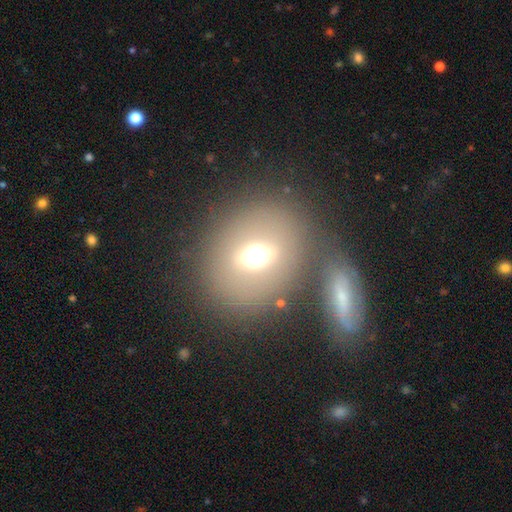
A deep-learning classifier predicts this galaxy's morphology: Smooth or featured?
  - smooth: 60% *
  - featured or disk: 20%
  - star or artifact: 20%
How rounded?
  - round: 68% *
  - in between: 31%
  - cigar-shaped: 2%
Merging?
  - none: 67% *
  - merger: 15%
  - minor disturbance: 10%
  - major disturbance: 8%